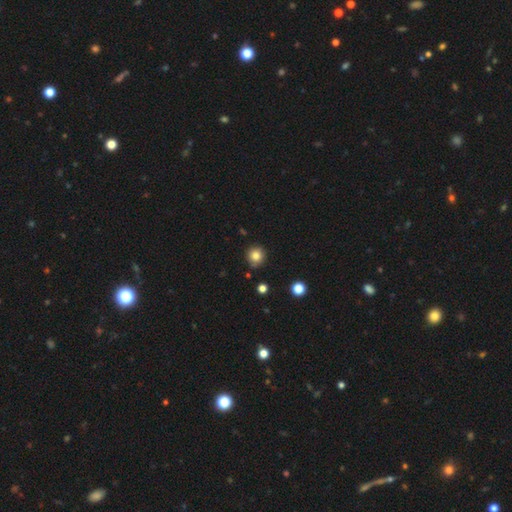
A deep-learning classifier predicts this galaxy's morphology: type=smooth (82%); roundness=round (92%); merging=none (85%).